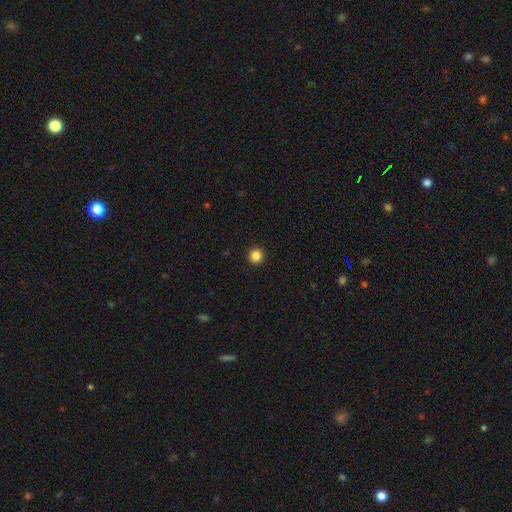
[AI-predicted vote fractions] This is clearly a smooth galaxy (85%). How rounded: clearly round (96%). Merging: clearly none (94%).